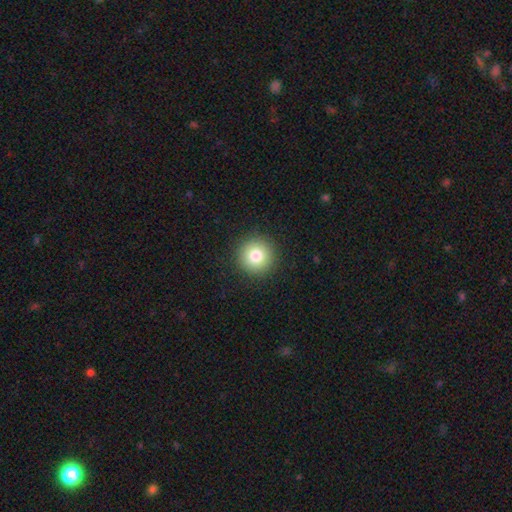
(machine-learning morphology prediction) smooth-or-featured: smooth: 81% | star or artifact: 11% | featured or disk: 9%
  how-rounded: round: 95% | in between: 4% | cigar-shaped: 1%
  merging: none: 92% | minor disturbance: 5% | major disturbance: 2% | merger: 1%